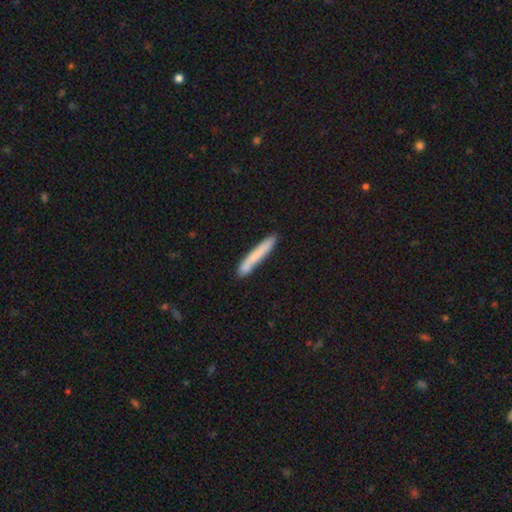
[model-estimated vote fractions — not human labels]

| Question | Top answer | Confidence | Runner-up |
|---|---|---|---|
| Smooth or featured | smooth | 75% | featured or disk (19%) |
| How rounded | cigar-shaped | 96% | in between (3%) |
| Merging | none | 81% | minor disturbance (13%) |